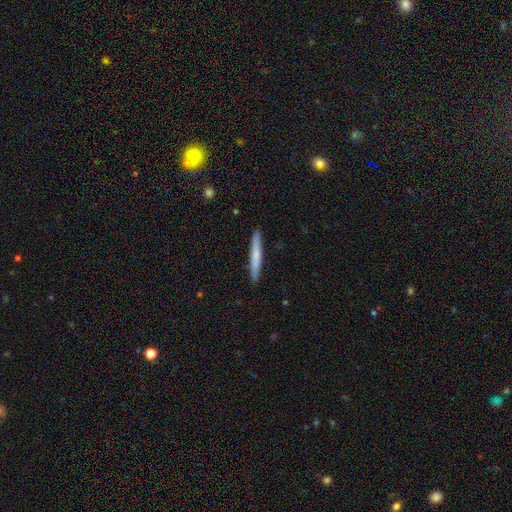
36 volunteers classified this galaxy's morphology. Smooth or featured? smooth (69%)
How rounded? cigar-shaped (96%)
Merging? none (89%)